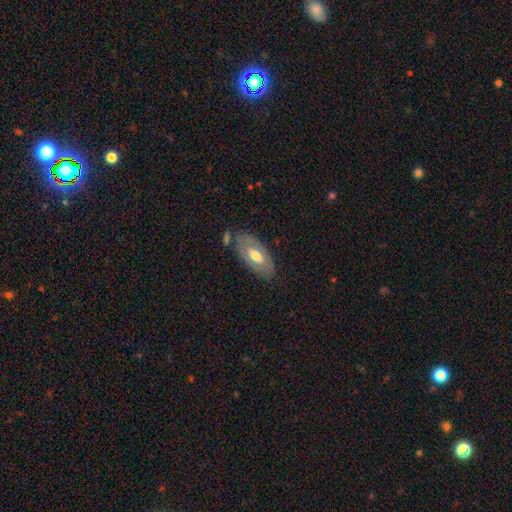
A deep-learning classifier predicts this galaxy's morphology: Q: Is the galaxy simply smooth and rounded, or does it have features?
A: smooth — 48%.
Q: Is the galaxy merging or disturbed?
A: none — 72%.